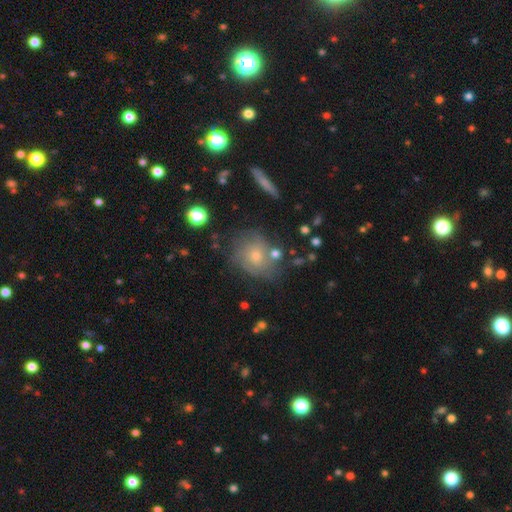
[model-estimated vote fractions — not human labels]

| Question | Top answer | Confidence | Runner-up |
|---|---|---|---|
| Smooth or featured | smooth | 44% | featured or disk (41%) |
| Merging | none | 67% | minor disturbance (19%) |